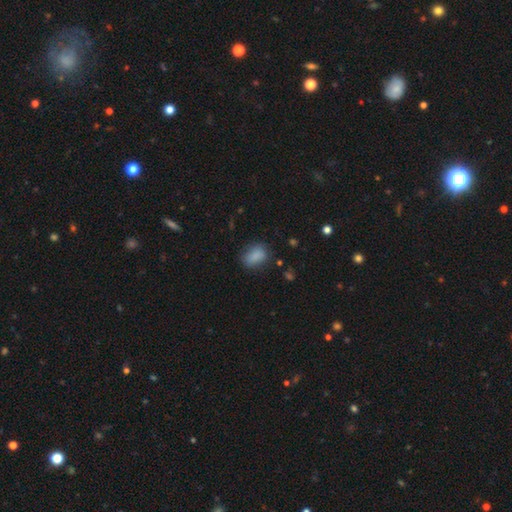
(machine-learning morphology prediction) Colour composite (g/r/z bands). It shows a smooth galaxy with no disk features (86%) that is in between round and cigar-shaped (75%). Merging: none (73%).